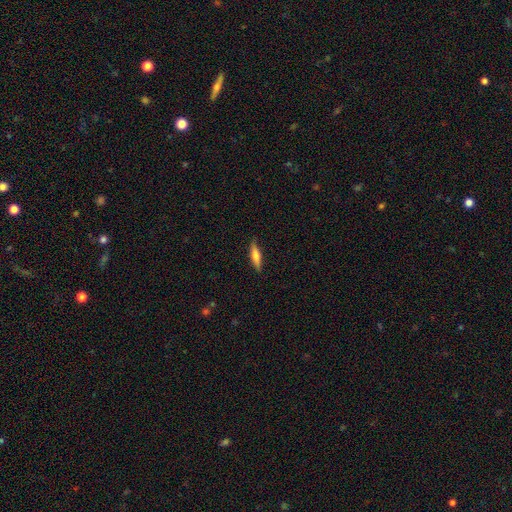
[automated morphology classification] Smooth or featured? smooth (63%)
How rounded? cigar-shaped (74%)
Merging? none (86%)